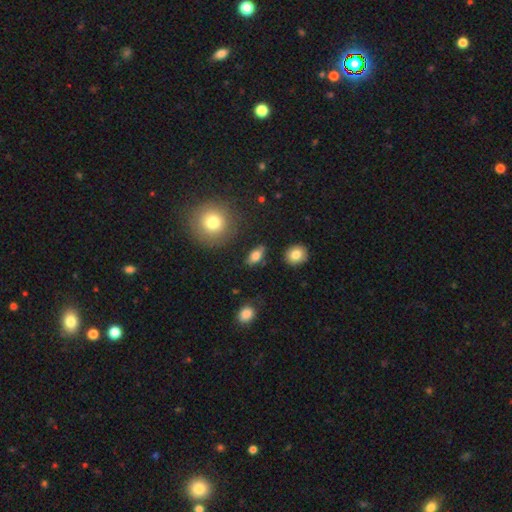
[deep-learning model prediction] smooth 74%, featured or disk 17%, star or artifact 9%. Down the decision tree: how rounded — in between (82%); merging — none (81%).